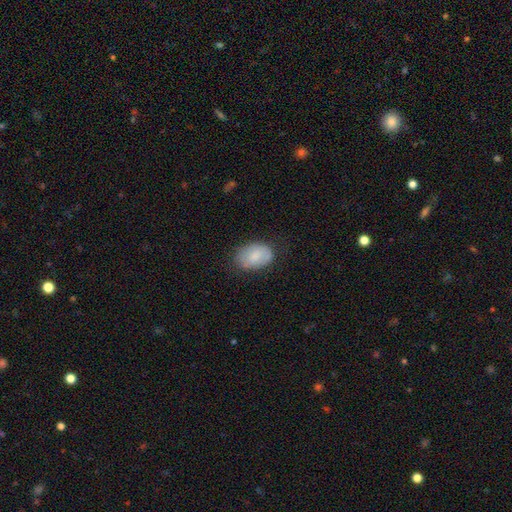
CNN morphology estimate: This is likely a smooth galaxy (79%). How rounded: clearly in between (84%). Merging: likely none (71%).